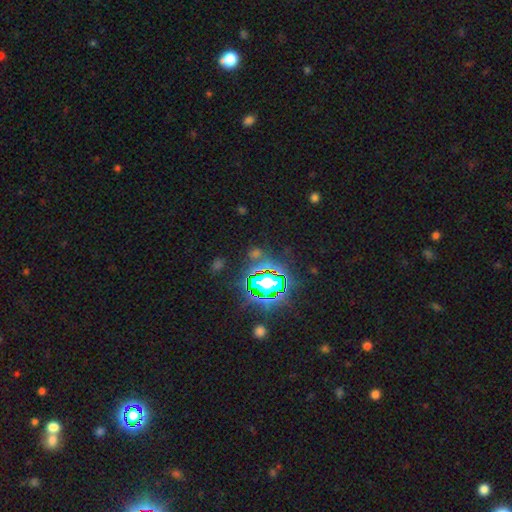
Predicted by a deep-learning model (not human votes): smooth_or_featured: star or artifact (p=0.73) [alt: smooth p=0.18]